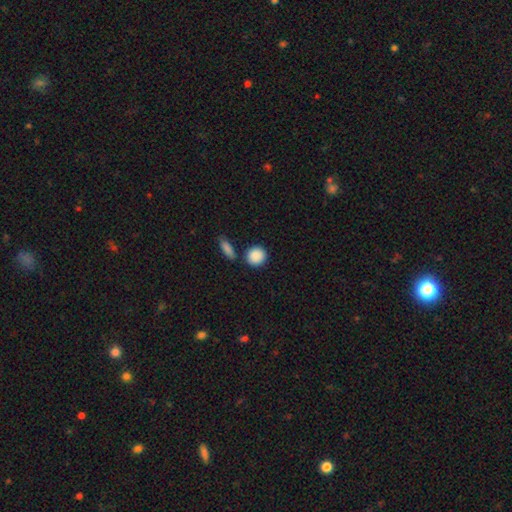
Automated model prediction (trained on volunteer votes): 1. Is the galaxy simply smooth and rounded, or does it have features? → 89% smooth, 7% star or artifact, 4% featured or disk.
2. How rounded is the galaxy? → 83% round, 15% in between, 2% cigar-shaped.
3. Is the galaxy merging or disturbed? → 78% none, 10% minor disturbance, 9% merger, 3% major disturbance.